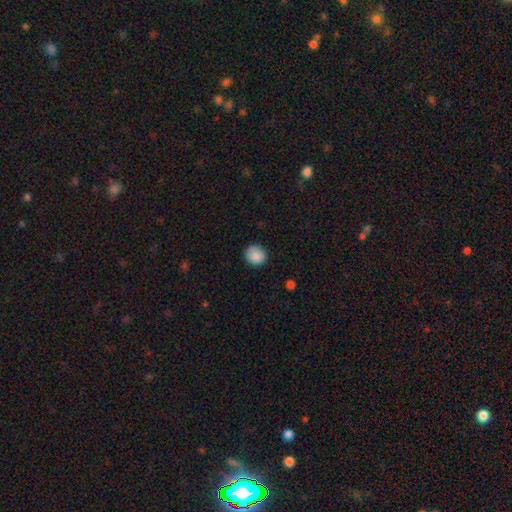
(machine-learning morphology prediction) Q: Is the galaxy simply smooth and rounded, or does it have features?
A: smooth — 87%.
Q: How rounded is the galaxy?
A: round — 86%.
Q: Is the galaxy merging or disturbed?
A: none — 85%.